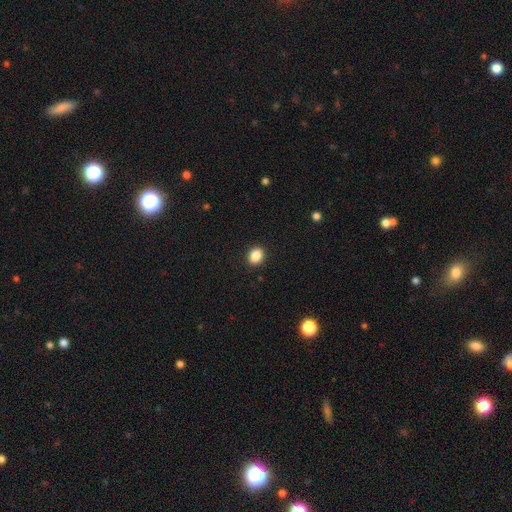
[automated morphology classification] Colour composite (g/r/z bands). It shows a smooth galaxy with no disk features (87%) that is round (52%). Merging: none (91%).